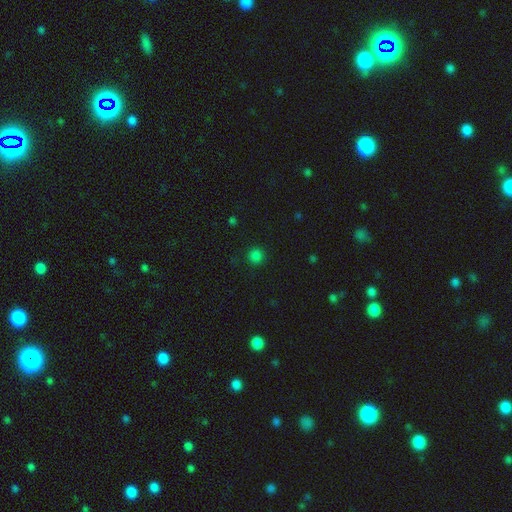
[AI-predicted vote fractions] A smooth galaxy with no disk features (81%) that is round (94%). Merging: none (90%).